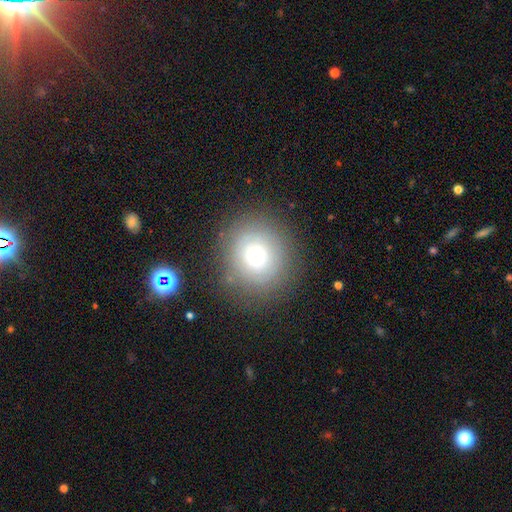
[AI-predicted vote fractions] Morphology: type=smooth (68%); roundness=round (86%); merging=none (82%).